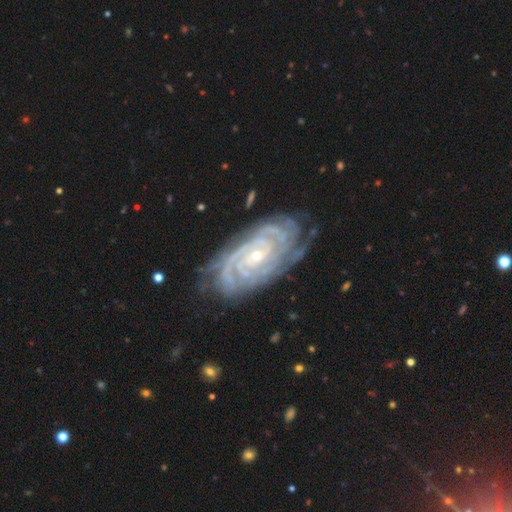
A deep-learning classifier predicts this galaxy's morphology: The model was most divided on "spiral arm count" (2-way tie): 4: 22%, 2: 22%, 3: 20%, can't tell: 17%, more than 4: 12%, 1: 7%. More confident: spiral arms — yes (99%); edge-on disk — no (96%); smooth or featured — featured or disk (92%); spiral winding — tight (85%); merging — none (77%); bulge size — small (72%); bar — no (56%).